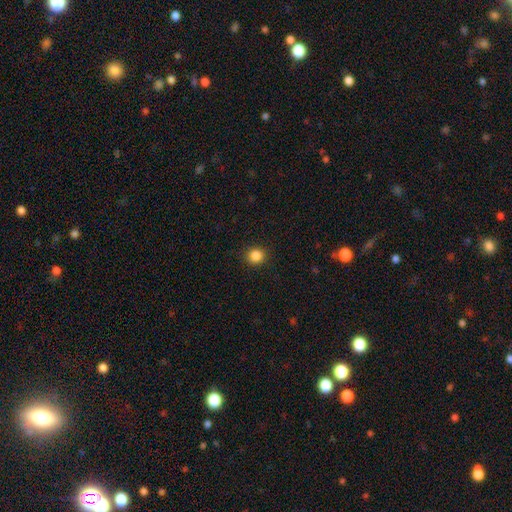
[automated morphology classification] Smooth or featured?
  - smooth: 85% *
  - star or artifact: 11%
  - featured or disk: 3%
How rounded?
  - round: 90% *
  - in between: 9%
  - cigar-shaped: 1%
Merging?
  - none: 92% *
  - minor disturbance: 6%
  - major disturbance: 2%
  - merger: 1%